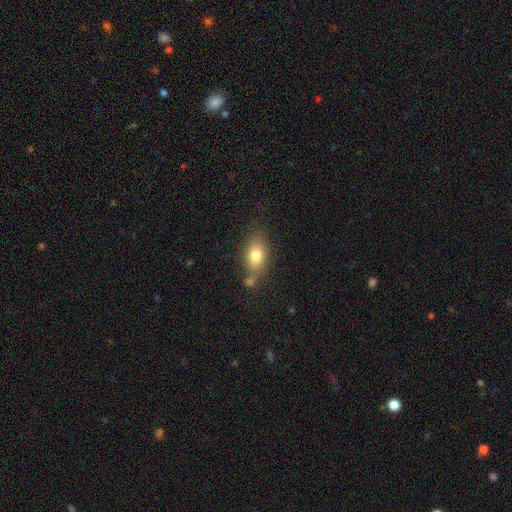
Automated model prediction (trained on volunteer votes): A smooth galaxy with no disk features (78%) that is in between round and cigar-shaped (83%).

Vote fractions:
- Smooth or featured? smooth: 78% / featured or disk: 14% / star or artifact: 8%
- How rounded? in between: 83% / round: 14% / cigar-shaped: 3%
- Merging? none: 55% / minor disturbance: 19% / merger: 19% / major disturbance: 7%